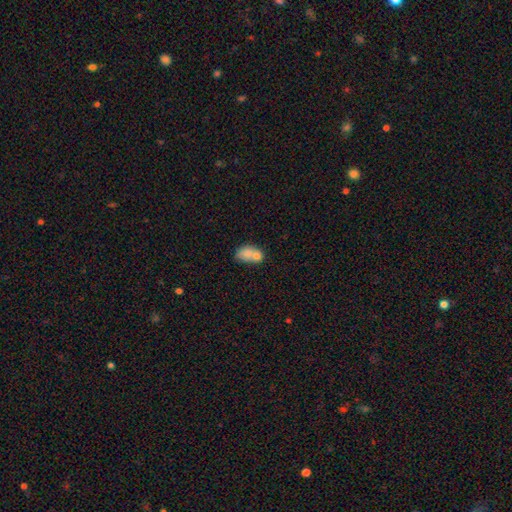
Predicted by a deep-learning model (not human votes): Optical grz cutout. It shows a smooth galaxy with no disk features (72%) that is in between round and cigar-shaped (75%). Merging: merger (55%).